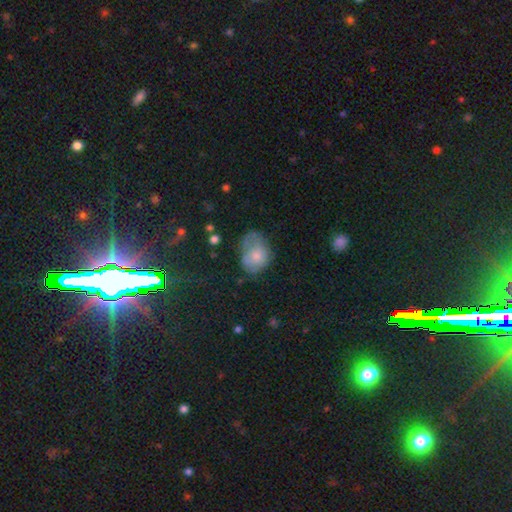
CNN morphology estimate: smooth-or-featured: smooth: 64% | featured or disk: 27% | star or artifact: 9%
  how-rounded: in between: 69% | round: 29% | cigar-shaped: 1%
  merging: none: 35% | minor disturbance: 34% | major disturbance: 27% | merger: 4%